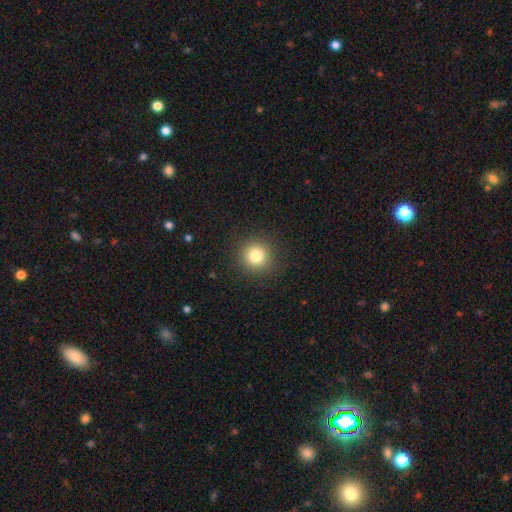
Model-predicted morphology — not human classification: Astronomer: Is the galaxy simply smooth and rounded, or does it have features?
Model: smooth — 82%.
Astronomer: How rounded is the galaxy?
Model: round — 94%.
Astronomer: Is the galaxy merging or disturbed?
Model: none — 90%.